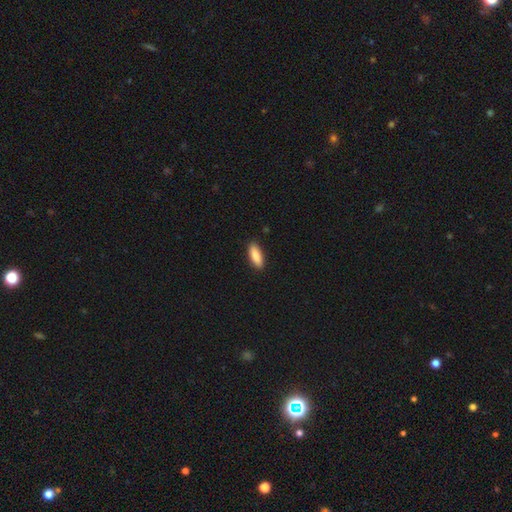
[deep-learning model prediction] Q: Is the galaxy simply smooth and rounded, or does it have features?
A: smooth — 88%.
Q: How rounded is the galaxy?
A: in between — 65%.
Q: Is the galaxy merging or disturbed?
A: none — 89%.